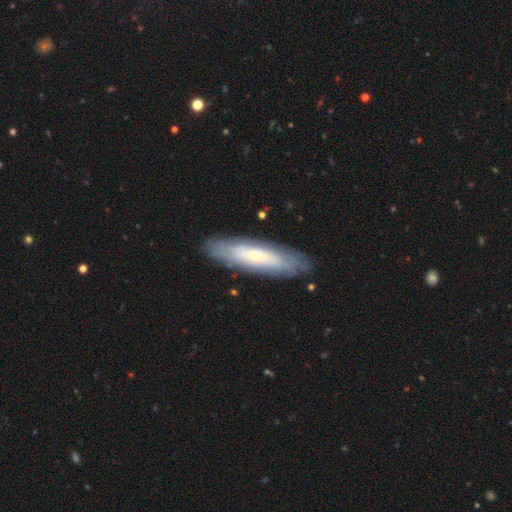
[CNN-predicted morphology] A featured or disk galaxy (59%).

Vote fractions:
- Smooth or featured? featured or disk: 59% / smooth: 35% / star or artifact: 6%
- Edge-on disk? no: 65% / yes: 35%
- Merging? none: 84% / minor disturbance: 12% / major disturbance: 3% / merger: 1%